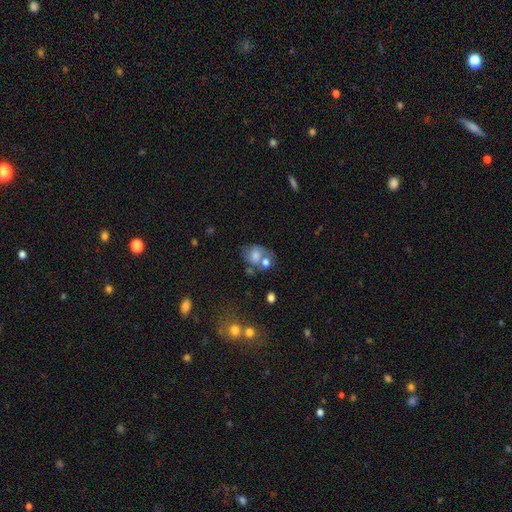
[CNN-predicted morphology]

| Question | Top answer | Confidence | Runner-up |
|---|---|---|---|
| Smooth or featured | smooth | 62% | featured or disk (27%) |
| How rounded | in between | 58% | round (40%) |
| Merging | merger | 37% | none (34%) |